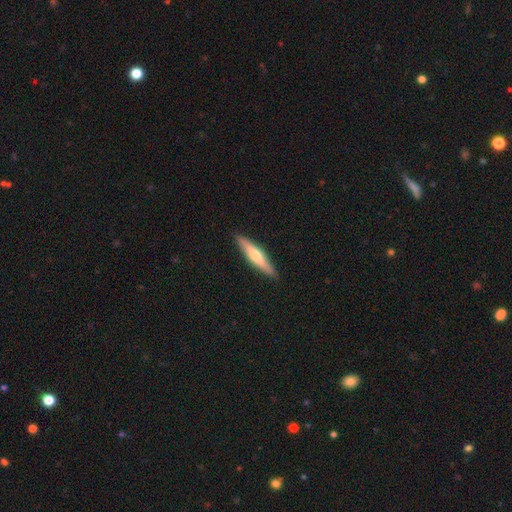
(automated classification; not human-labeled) smooth_or_featured: featured or disk (p=0.50) [alt: smooth p=0.44]
disk_edge_on: yes (p=0.93) [alt: no p=0.07]
merging: none (p=0.90) [alt: minor disturbance p=0.08]